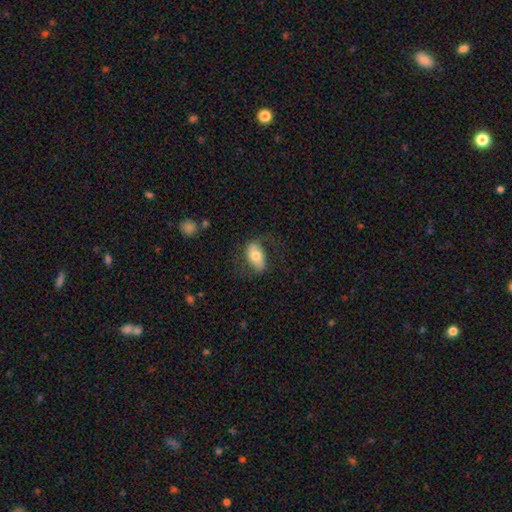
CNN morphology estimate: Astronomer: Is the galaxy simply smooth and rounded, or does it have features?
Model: smooth — 59% (runner-up: featured or disk, 35%).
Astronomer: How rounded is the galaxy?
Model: in between — 90%.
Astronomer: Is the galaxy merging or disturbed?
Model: none — 69%.